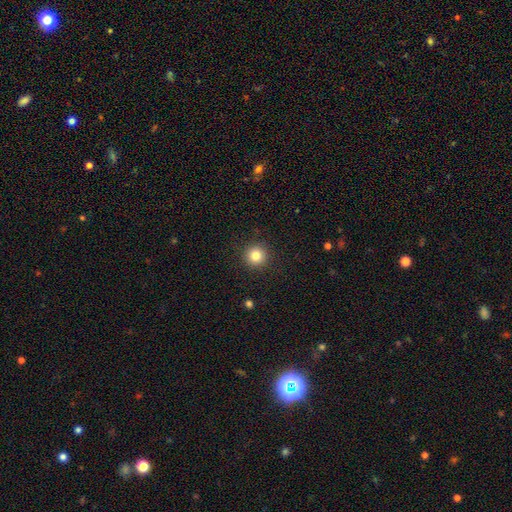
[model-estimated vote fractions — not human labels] smooth 83%, star or artifact 11%, featured or disk 6%. Down the decision tree: how rounded — round (95%); merging — none (92%).